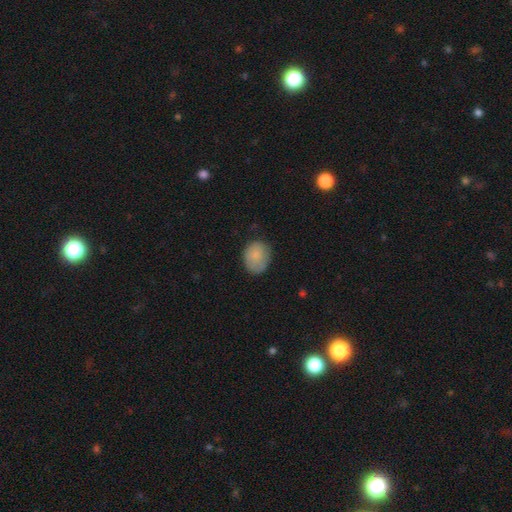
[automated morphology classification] smooth-or-featured: smooth: 82% | featured or disk: 11% | star or artifact: 7%
  how-rounded: round: 65% | in between: 34% | cigar-shaped: 1%
  merging: none: 71% | minor disturbance: 22% | major disturbance: 5% | merger: 1%